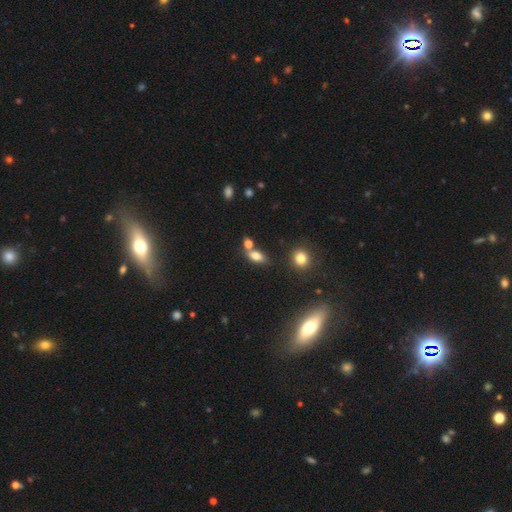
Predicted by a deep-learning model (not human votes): A smooth galaxy with no disk features (75%) that is in between round and cigar-shaped (81%). Merging: none (50%).